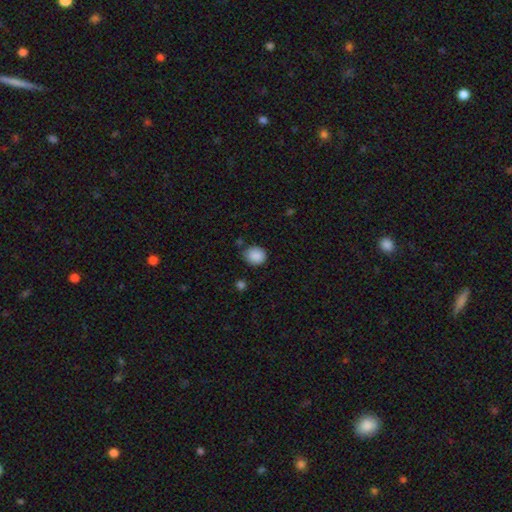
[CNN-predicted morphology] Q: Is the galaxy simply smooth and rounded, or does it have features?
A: smooth — 88%.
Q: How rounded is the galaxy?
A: round — 72%.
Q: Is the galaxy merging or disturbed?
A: none — 78%.